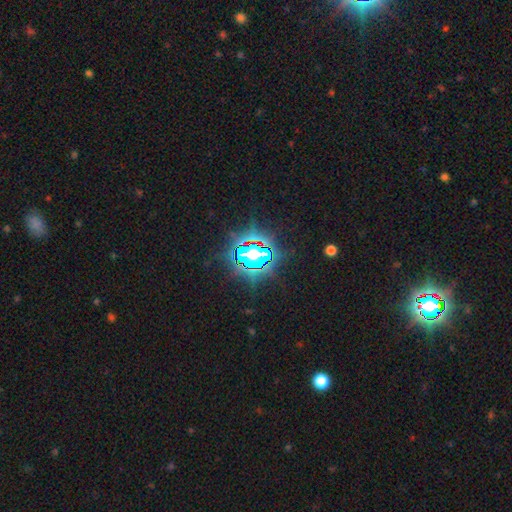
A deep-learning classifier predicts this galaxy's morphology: A star or artifact, not a galaxy (79%).